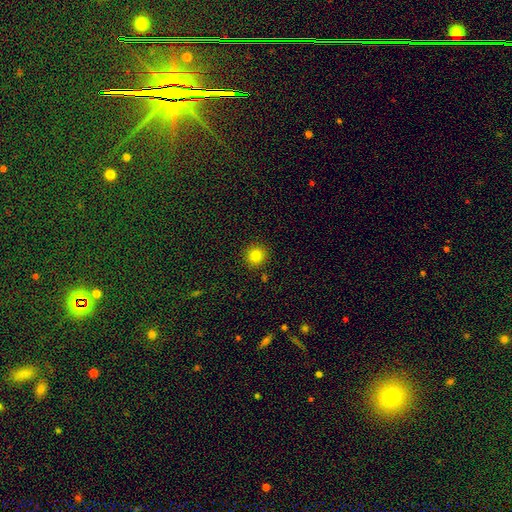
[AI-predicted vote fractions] The model was most divided on "smooth or featured": smooth: 82%, star or artifact: 13%, featured or disk: 5%. More confident: how rounded — round (94%); merging — none (91%).